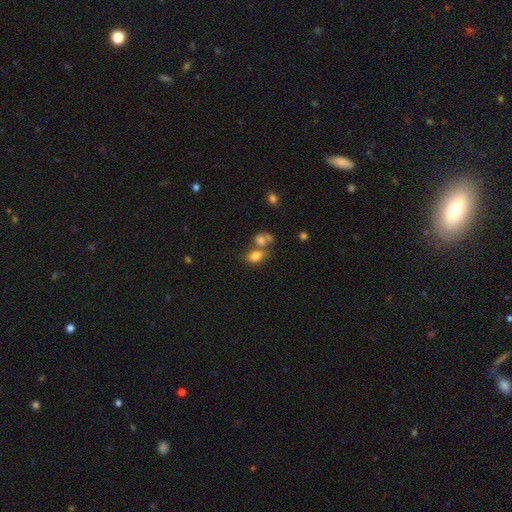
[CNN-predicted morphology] smooth 78%, featured or disk 12%, star or artifact 11%. Down the decision tree: how rounded — in between (75%); merging — none (40%, tied with merger).